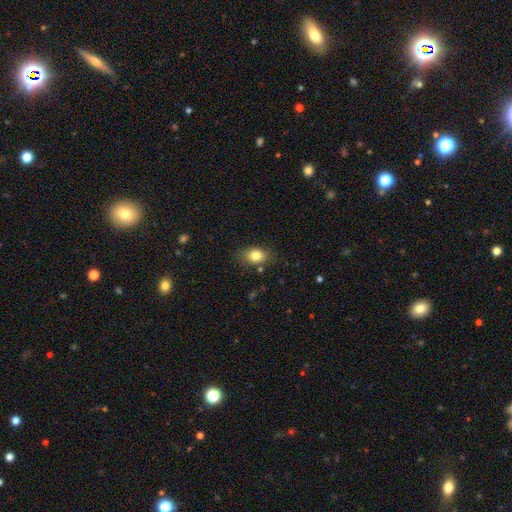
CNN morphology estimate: type=smooth (82%); roundness=in between (68%); merging=none (78%).